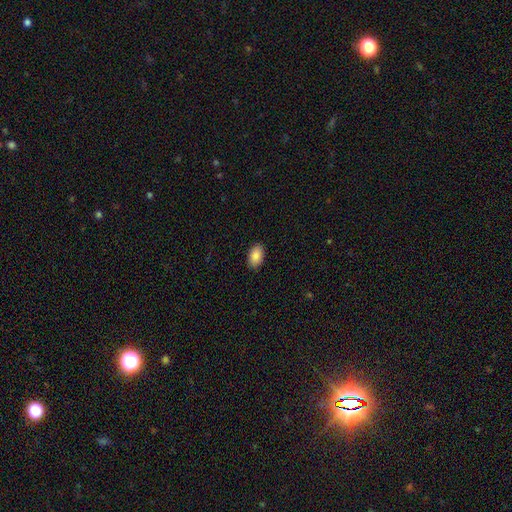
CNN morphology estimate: Q: Smooth or featured?
A: smooth (88%); runner-up: star or artifact (7%)
Q: How rounded?
A: in between (92%); runner-up: round (7%)
Q: Merging?
A: none (90%); runner-up: minor disturbance (7%)